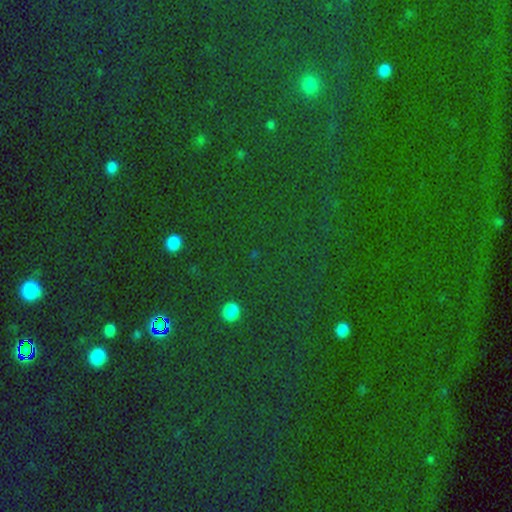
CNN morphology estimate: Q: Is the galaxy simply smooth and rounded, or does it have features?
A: star or artifact — 79%.